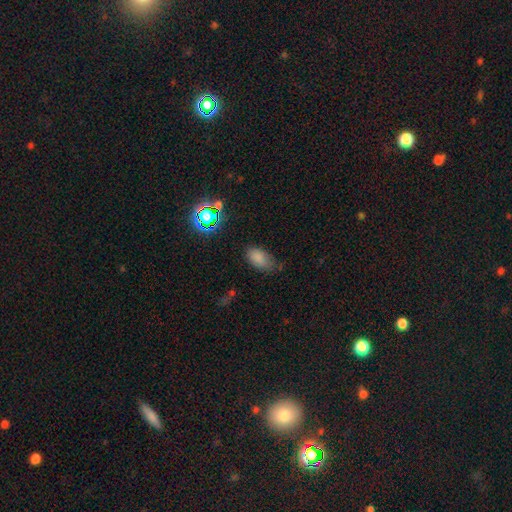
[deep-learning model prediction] This is possibly a smooth galaxy (52%). How rounded: clearly in between (83%). Merging: likely none (62%).